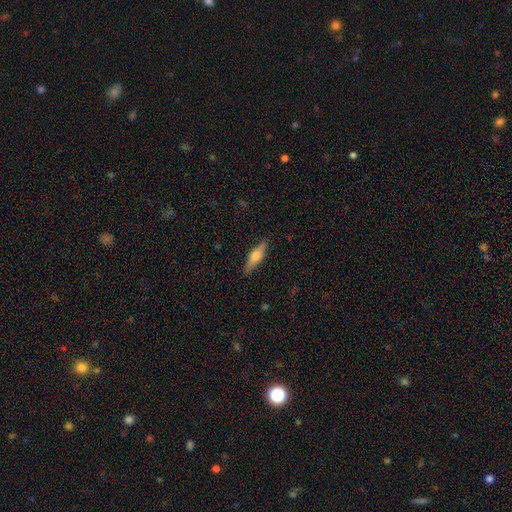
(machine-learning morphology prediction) A featured or disk galaxy (48%).

Vote fractions:
- Smooth or featured? featured or disk: 48% / smooth: 46% / star or artifact: 6%
- Merging? none: 88% / minor disturbance: 9% / major disturbance: 2% / merger: 1%